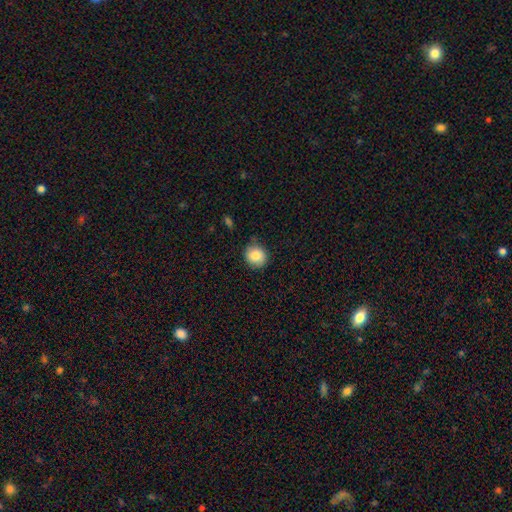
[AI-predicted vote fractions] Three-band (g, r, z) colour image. It shows a smooth galaxy with no disk features (85%) that is round (82%). Merging: none (79%).